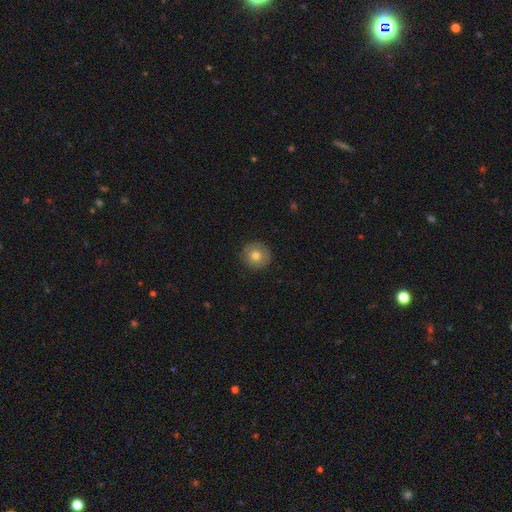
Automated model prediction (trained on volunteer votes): This is likely a smooth galaxy (77%). How rounded: clearly round (94%). Merging: clearly none (91%).